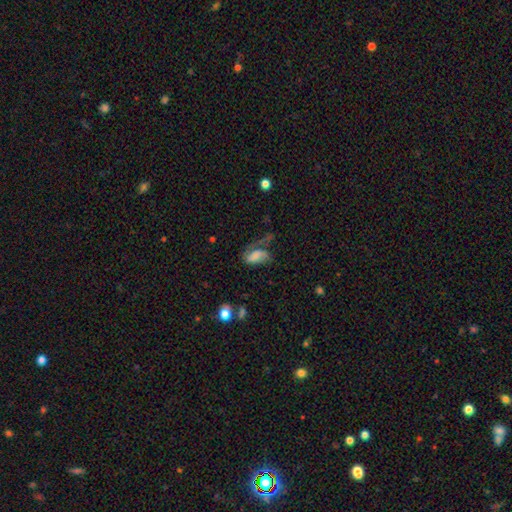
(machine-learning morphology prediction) Smooth or featured?
  - smooth: 55% *
  - featured or disk: 35%
  - star or artifact: 10%
How rounded?
  - in between: 89% *
  - round: 6%
  - cigar-shaped: 5%
Merging?
  - major disturbance: 45% *
  - none: 27%
  - minor disturbance: 22%
  - merger: 6%